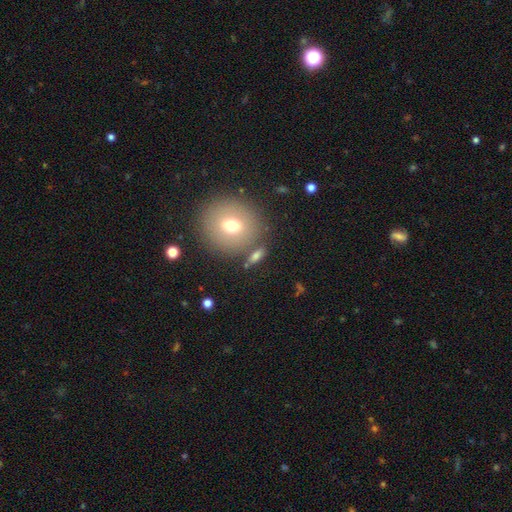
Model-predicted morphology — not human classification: Smooth or featured?
  - smooth: 71% *
  - featured or disk: 18%
  - star or artifact: 12%
How rounded?
  - in between: 52% *
  - round: 33%
  - cigar-shaped: 16%
Merging?
  - none: 72% *
  - merger: 12%
  - minor disturbance: 12%
  - major disturbance: 5%